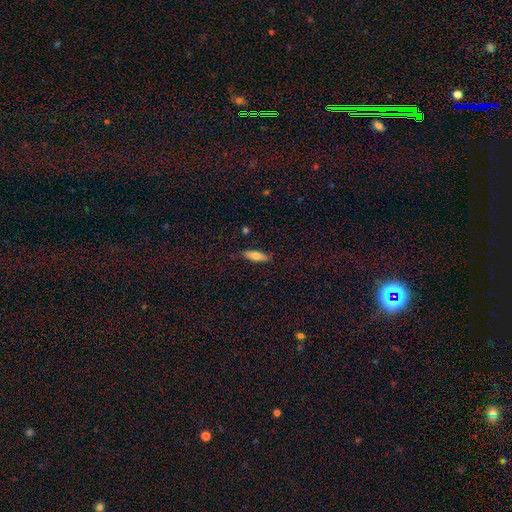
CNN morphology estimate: A smooth galaxy with no disk features (70%) that is cigar-shaped (54%).

Vote fractions:
- Smooth or featured? smooth: 70% / featured or disk: 24% / star or artifact: 7%
- How rounded? cigar-shaped: 54% / in between: 44% / round: 2%
- Merging? none: 86% / minor disturbance: 11% / major disturbance: 2% / merger: 1%